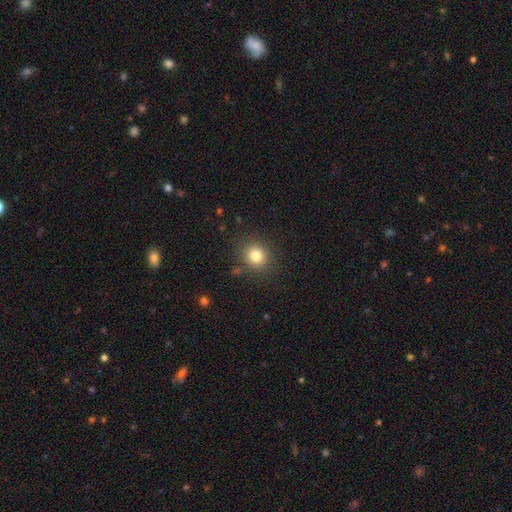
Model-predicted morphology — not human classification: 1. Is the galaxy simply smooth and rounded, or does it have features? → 81% smooth, 12% star or artifact, 7% featured or disk.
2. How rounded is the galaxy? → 84% round, 15% in between, 1% cigar-shaped.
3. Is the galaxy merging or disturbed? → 86% none, 9% minor disturbance, 3% major disturbance, 2% merger.